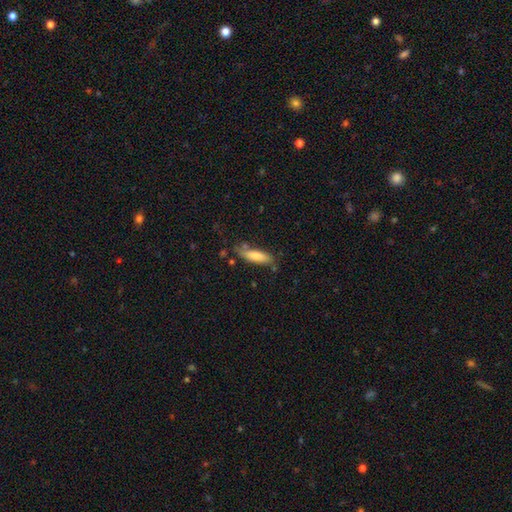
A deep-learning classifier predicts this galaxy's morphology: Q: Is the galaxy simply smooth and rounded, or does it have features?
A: smooth — 80%.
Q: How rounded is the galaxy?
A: cigar-shaped — 61%.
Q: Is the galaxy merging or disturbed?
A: none — 71%.